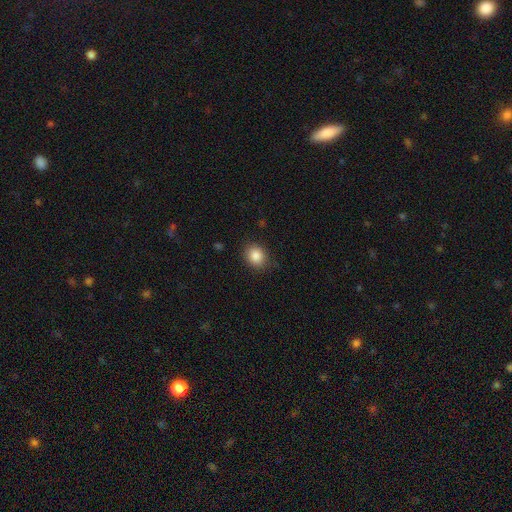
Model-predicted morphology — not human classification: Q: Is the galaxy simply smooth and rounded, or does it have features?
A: smooth — 85%.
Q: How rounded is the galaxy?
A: round — 66%.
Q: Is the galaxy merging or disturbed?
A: none — 86%.